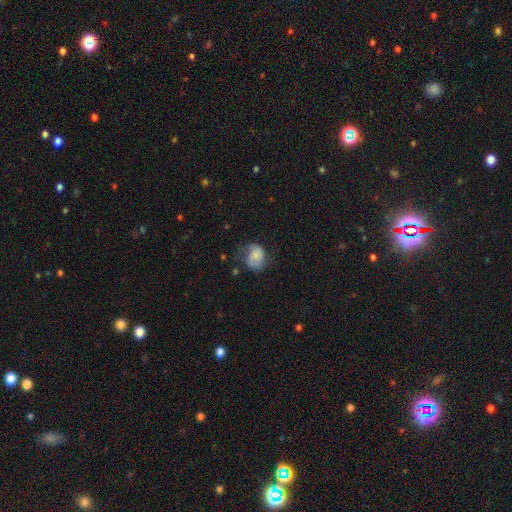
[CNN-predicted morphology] Smooth or featured: smooth — 60% (featured or disk — 31%)
How rounded: in between — 58% (round — 41%)
Merging: none — 49% (minor disturbance — 32%)